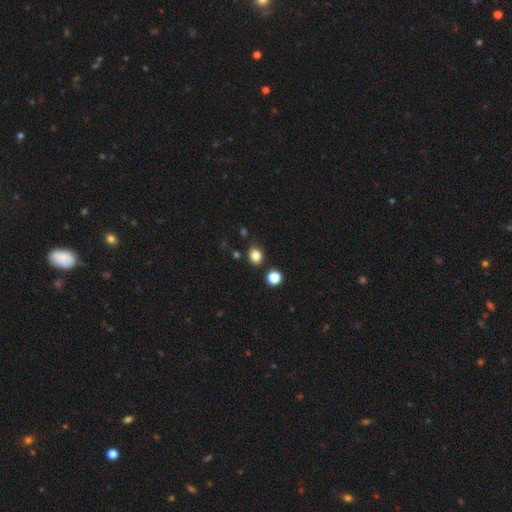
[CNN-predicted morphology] The model was most divided on "how rounded": round: 66%, in between: 33%, cigar-shaped: 1%. More confident: merging — none (83%); smooth or featured — smooth (82%).